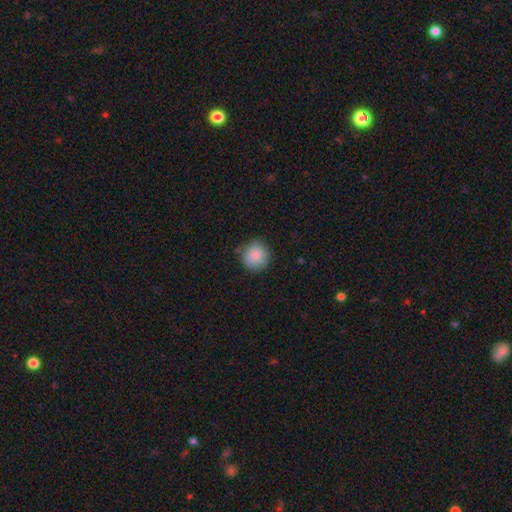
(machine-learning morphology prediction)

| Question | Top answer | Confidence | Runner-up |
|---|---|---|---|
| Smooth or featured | smooth | 87% | star or artifact (8%) |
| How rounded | round | 92% | in between (7%) |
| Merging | none | 80% | minor disturbance (15%) |